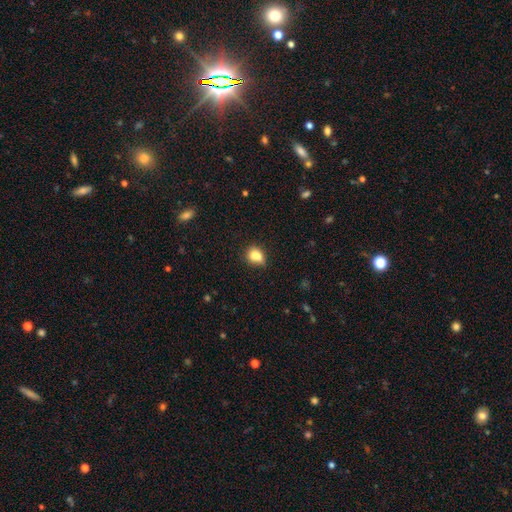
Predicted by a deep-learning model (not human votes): Q: Smooth or featured?
A: smooth (82%); runner-up: star or artifact (10%)
Q: How rounded?
A: in between (53%); runner-up: round (45%)
Q: Merging?
A: none (52%); runner-up: minor disturbance (29%)